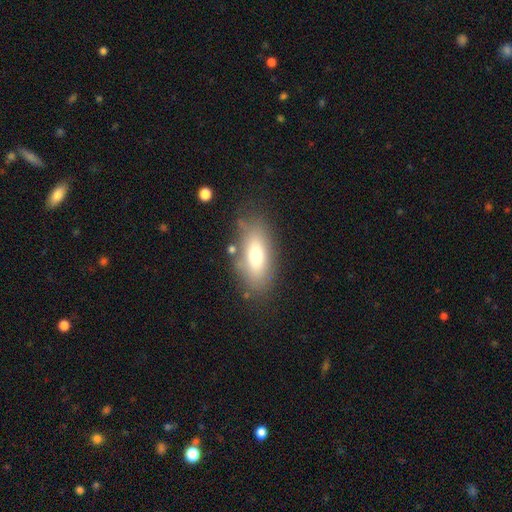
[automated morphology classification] A smooth galaxy with no disk features (72%) that is in between round and cigar-shaped (81%).

Vote fractions:
- Smooth or featured? smooth: 72% / featured or disk: 20% / star or artifact: 8%
- How rounded? in between: 81% / cigar-shaped: 16% / round: 3%
- Merging? none: 75% / minor disturbance: 15% / major disturbance: 5% / merger: 4%